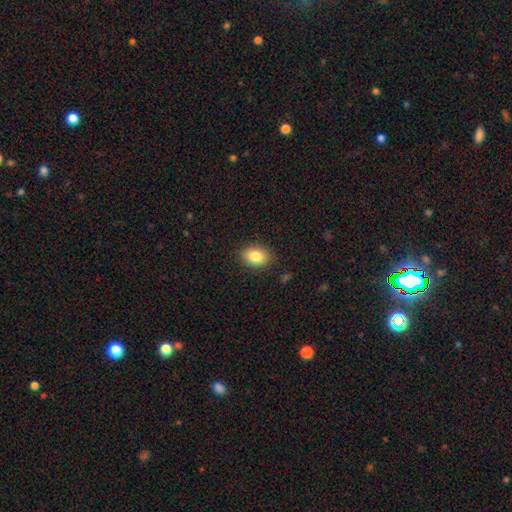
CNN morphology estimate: smooth_or_featured: smooth (p=0.84) [alt: star or artifact p=0.08]
how_rounded: in between (p=0.71) [alt: round p=0.28]
merging: none (p=0.87) [alt: minor disturbance p=0.09]